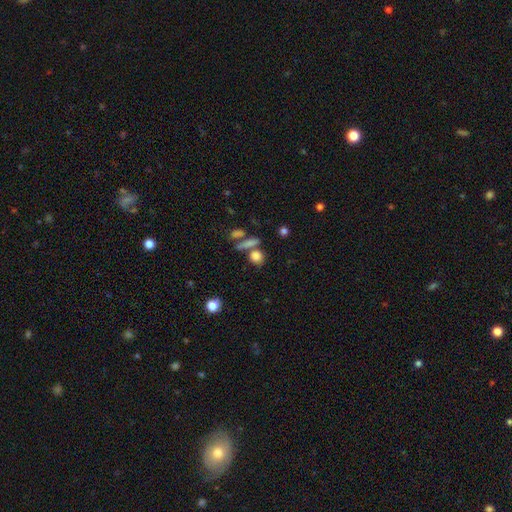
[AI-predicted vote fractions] This is likely a smooth galaxy (80%). How rounded: likely round (69%). Merging: likely none (61%).